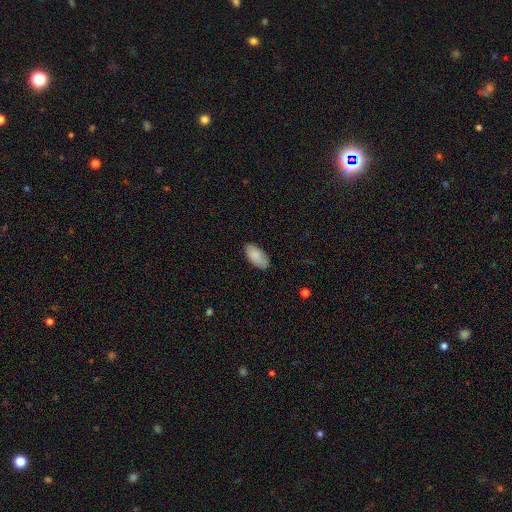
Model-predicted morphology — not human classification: Overall: smooth (88%). How rounded: in between (94%). Merging: none (84%).